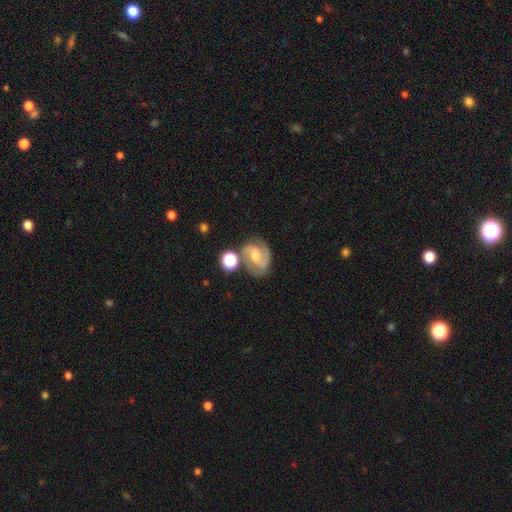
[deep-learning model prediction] This is likely a featured or disk galaxy (79%). It is clearly not viewed edge-on (98%). Bar: possibly weak (46%). Spiral arm pattern: clearly yes (96%). Spiral arm count: clearly 2 (83%). Spiral winding: possibly medium (52%). Central bulge: marginally small (43%). Merging: likely none (63%).